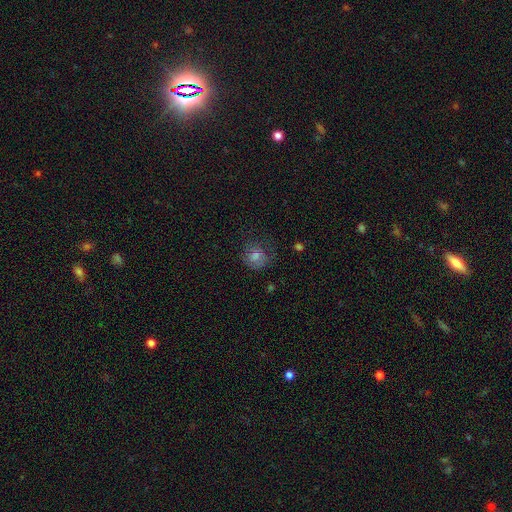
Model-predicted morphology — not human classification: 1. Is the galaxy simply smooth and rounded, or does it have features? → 64% smooth, 20% featured or disk, 16% star or artifact.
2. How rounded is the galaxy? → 80% round, 19% in between, 1% cigar-shaped.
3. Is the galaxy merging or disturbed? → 61% none, 22% minor disturbance, 14% major disturbance, 2% merger.